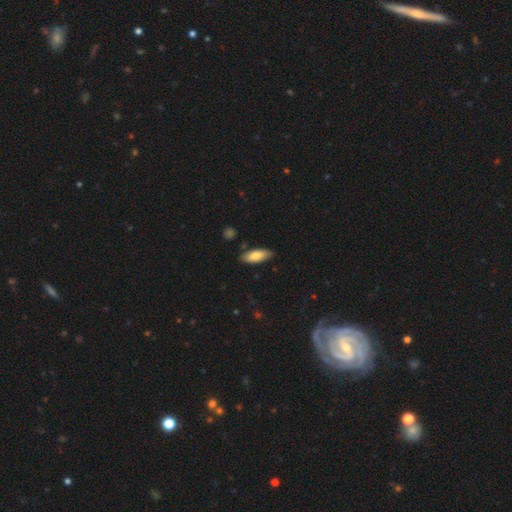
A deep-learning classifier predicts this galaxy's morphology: Smooth or featured?
  - smooth: 77% *
  - featured or disk: 17%
  - star or artifact: 6%
How rounded?
  - in between: 74% *
  - cigar-shaped: 24%
  - round: 2%
Merging?
  - none: 83% *
  - minor disturbance: 13%
  - merger: 2%
  - major disturbance: 2%